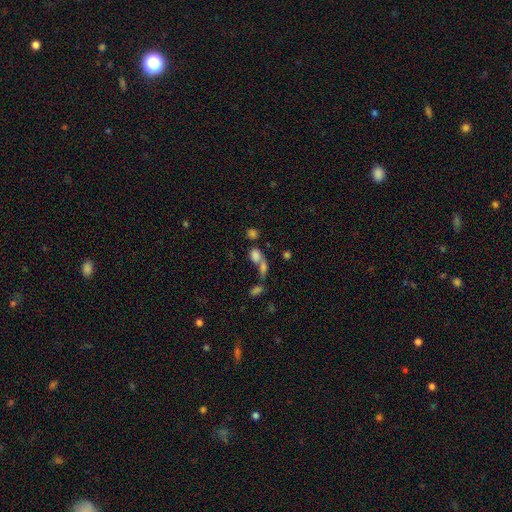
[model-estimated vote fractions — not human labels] Q: Smooth or featured?
A: smooth (75%); runner-up: star or artifact (13%)
Q: How rounded?
A: in between (62%); runner-up: round (33%)
Q: Merging?
A: merger (57%); runner-up: none (27%)